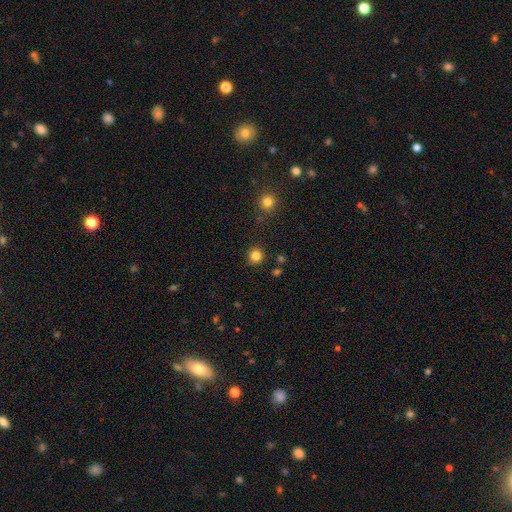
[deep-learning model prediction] smooth-or-featured: smooth: 82% | star or artifact: 13% | featured or disk: 5%
  how-rounded: round: 94% | in between: 5% | cigar-shaped: 1%
  merging: none: 89% | minor disturbance: 6% | merger: 3% | major disturbance: 2%